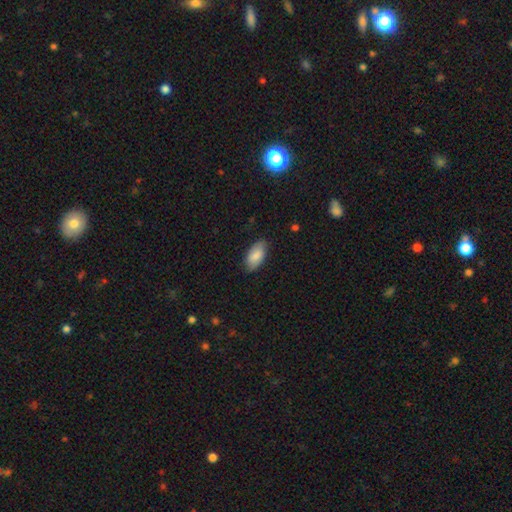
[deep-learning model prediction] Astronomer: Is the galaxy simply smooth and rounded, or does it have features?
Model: smooth — 83%.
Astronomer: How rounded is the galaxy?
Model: in between — 93%.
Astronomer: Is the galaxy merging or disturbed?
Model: none — 80%.